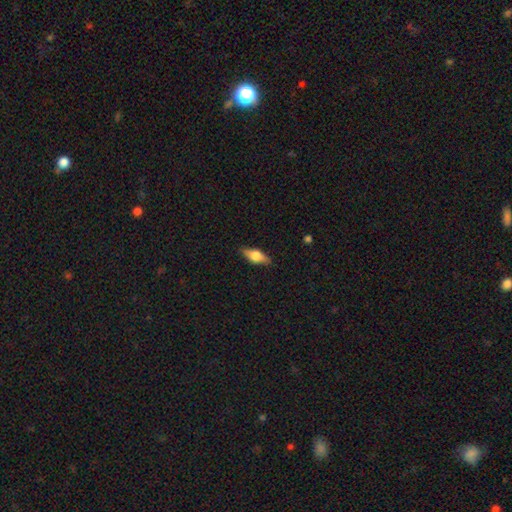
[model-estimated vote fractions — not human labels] Smooth or featured?
  - smooth: 52% *
  - featured or disk: 41%
  - star or artifact: 7%
How rounded?
  - in between: 71% *
  - cigar-shaped: 25%
  - round: 4%
Merging?
  - none: 87% *
  - minor disturbance: 10%
  - major disturbance: 2%
  - merger: 1%